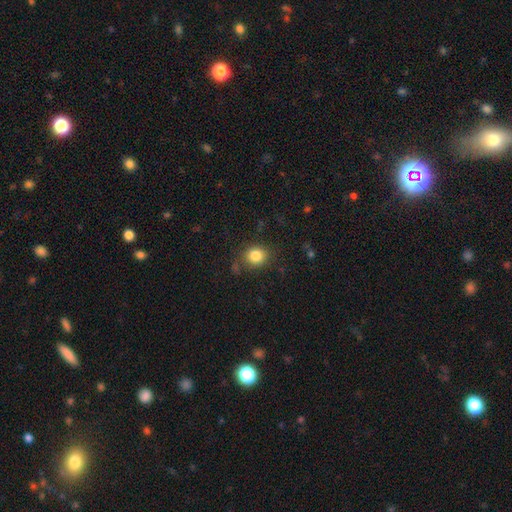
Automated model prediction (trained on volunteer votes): Smooth or featured?
  - smooth: 84% *
  - star or artifact: 11%
  - featured or disk: 5%
How rounded?
  - round: 75% *
  - in between: 24%
  - cigar-shaped: 1%
Merging?
  - none: 82% *
  - minor disturbance: 12%
  - major disturbance: 4%
  - merger: 2%